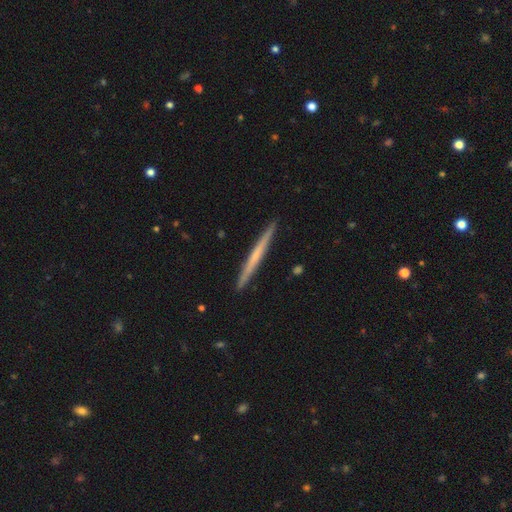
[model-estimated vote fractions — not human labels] Smooth or featured: featured or disk — 57% (smooth — 37%)
Edge-on disk: yes — 98% (no — 2%)
Edge-on bulge: none — 66% (rounded — 29%)
Merging: none — 92% (minor disturbance — 5%)